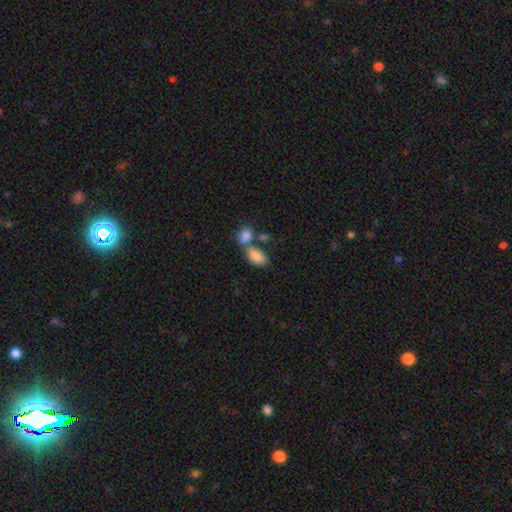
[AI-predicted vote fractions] smooth_or_featured: smooth (p=0.85) [alt: featured or disk p=0.08]
how_rounded: in between (p=0.92) [alt: round p=0.06]
merging: merger (p=0.51) [alt: none p=0.33]